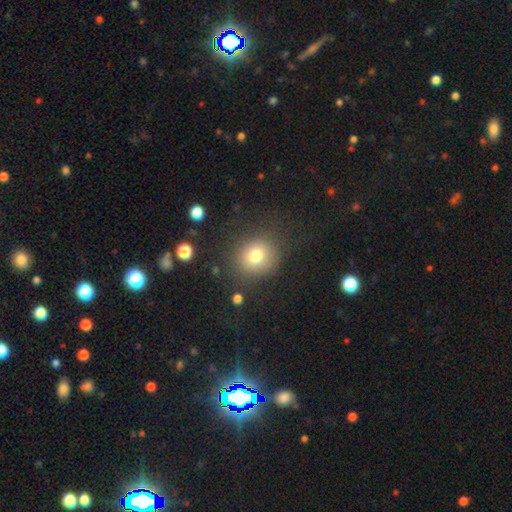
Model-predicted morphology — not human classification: The model was most divided on "how rounded": round: 78%, in between: 21%, cigar-shaped: 1%. More confident: merging — none (80%); smooth or featured — smooth (76%).